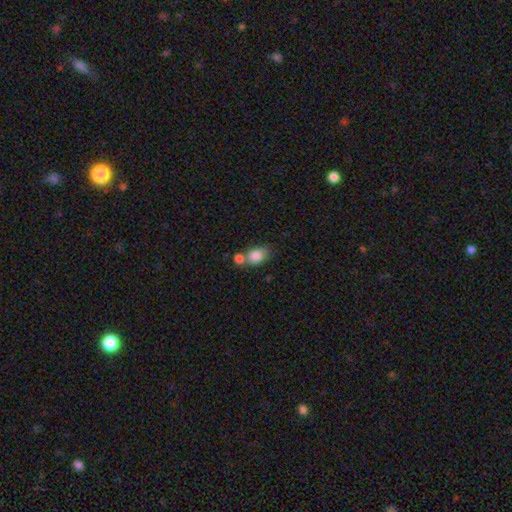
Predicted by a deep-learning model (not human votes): Smooth or featured: smooth — 84% (star or artifact — 8%)
How rounded: in between — 72% (round — 26%)
Merging: none — 42% (merger — 41%)